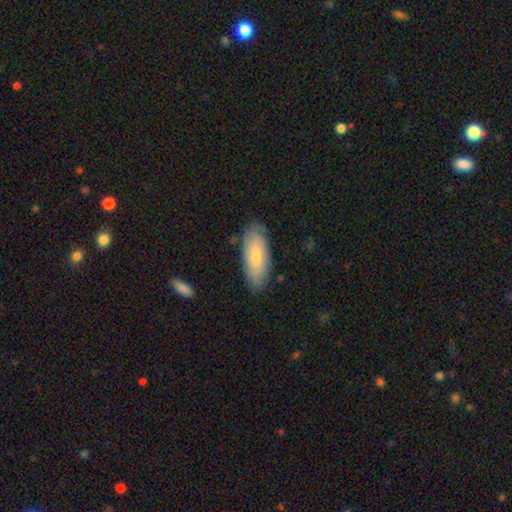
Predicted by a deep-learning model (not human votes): smooth_or_featured: smooth (p=0.69) [alt: featured or disk p=0.25]
how_rounded: in between (p=0.71) [alt: cigar-shaped p=0.27]
merging: none (p=0.82) [alt: minor disturbance p=0.14]